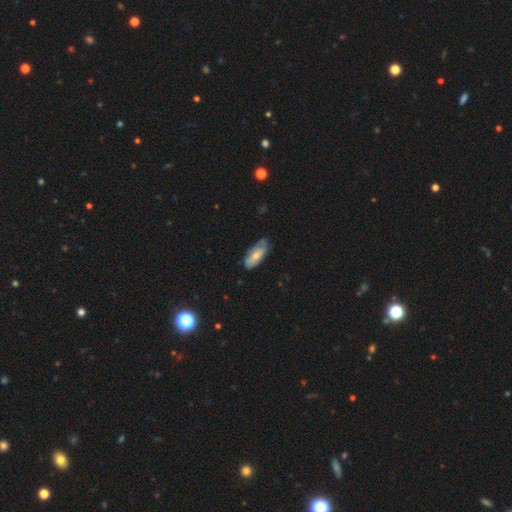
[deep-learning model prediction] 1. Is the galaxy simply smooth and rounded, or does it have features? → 66% smooth, 28% featured or disk, 6% star or artifact.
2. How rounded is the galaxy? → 83% in between, 15% cigar-shaped, 2% round.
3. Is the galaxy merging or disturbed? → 64% none, 29% minor disturbance, 6% major disturbance, 2% merger.